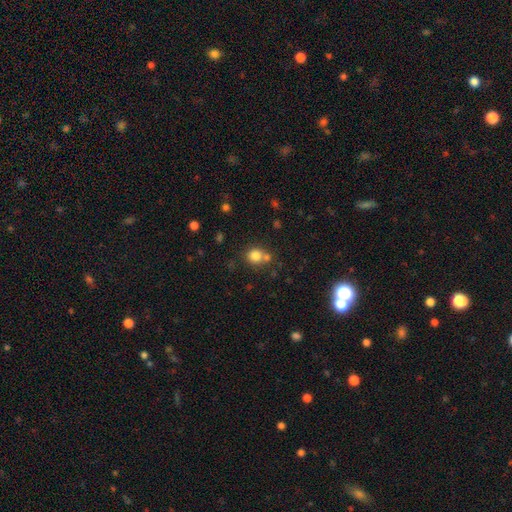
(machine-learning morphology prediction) smooth 79%, star or artifact 13%, featured or disk 8%. Down the decision tree: how rounded — round (83%); merging — none (57%).